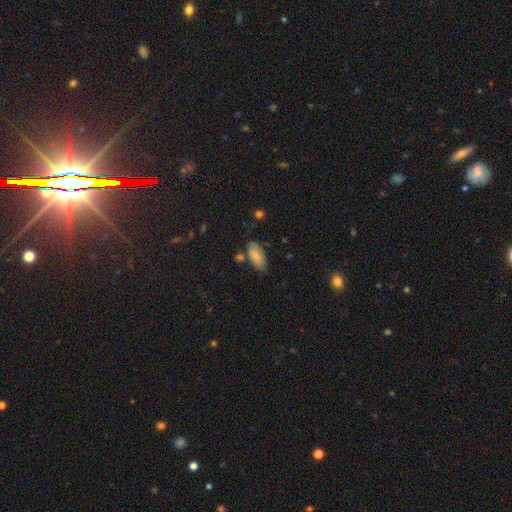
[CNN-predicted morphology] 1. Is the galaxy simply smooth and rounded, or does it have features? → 83% smooth, 10% featured or disk, 7% star or artifact.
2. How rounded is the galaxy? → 90% in between, 8% cigar-shaped, 2% round.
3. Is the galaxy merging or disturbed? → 71% none, 18% minor disturbance, 7% merger, 4% major disturbance.